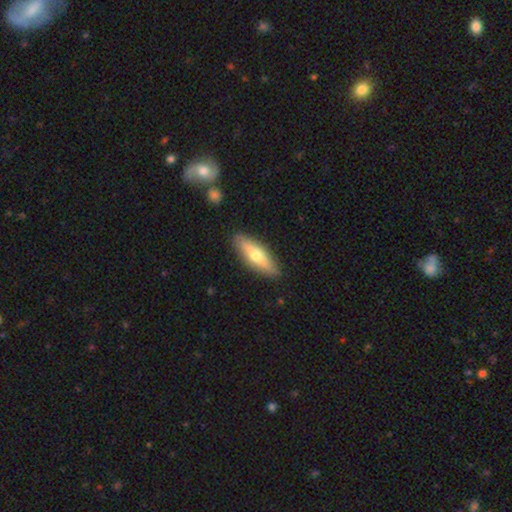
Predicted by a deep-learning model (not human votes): Overall: smooth (56%; featured or disk 39%). How rounded: cigar-shaped (52%; in between 46%). Merging: none (88%).